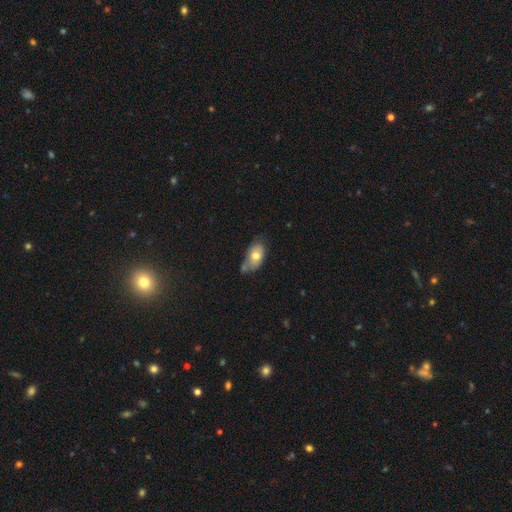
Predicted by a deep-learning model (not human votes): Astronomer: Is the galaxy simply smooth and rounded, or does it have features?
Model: smooth — 72%.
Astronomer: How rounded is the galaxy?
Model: in between — 90%.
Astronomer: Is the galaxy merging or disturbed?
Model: none — 44% (runner-up: minor disturbance, 32%).